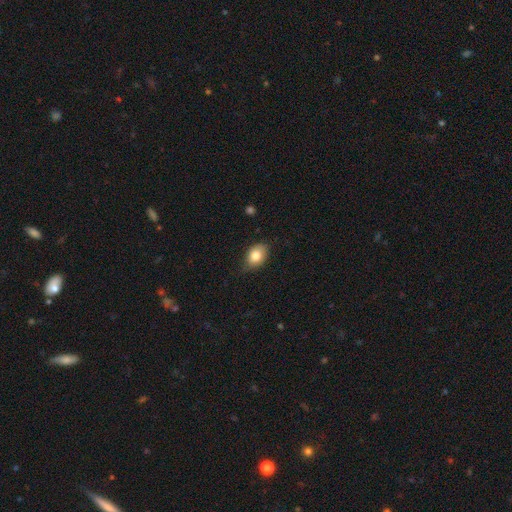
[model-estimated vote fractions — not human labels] Morphology: type=smooth (82%); roundness=in between (78%); merging=none (70%).